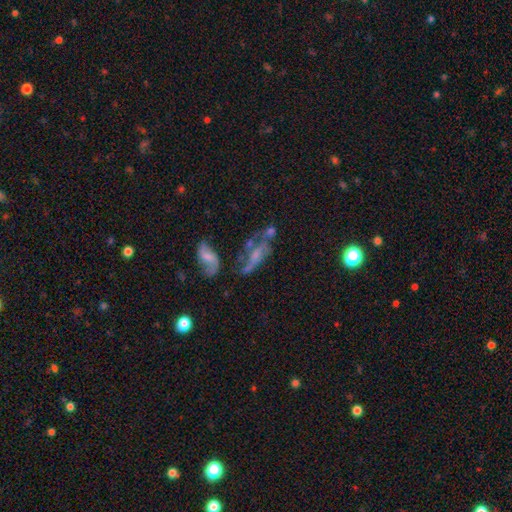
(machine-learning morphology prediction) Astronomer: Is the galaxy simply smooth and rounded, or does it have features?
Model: featured or disk — 54% (runner-up: smooth, 30%).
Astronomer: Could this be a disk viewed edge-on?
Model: no — 83%.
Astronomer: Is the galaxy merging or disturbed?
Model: none — 31% (runner-up: merger, 27%).